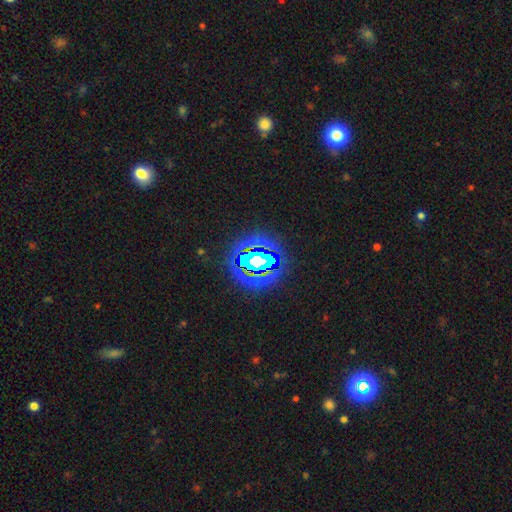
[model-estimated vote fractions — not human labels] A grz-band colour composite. It shows a star or artifact, not a galaxy (76%).